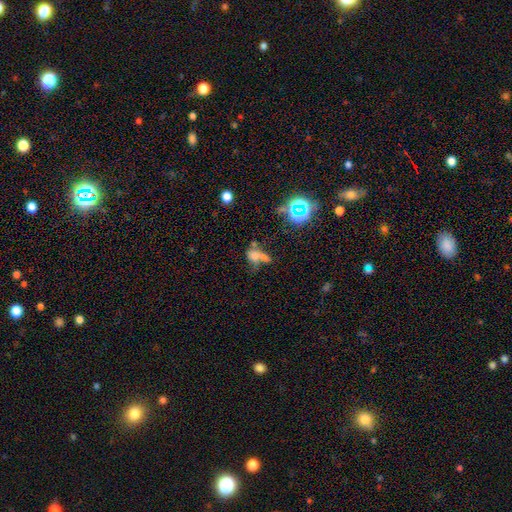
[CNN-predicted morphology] Smooth or featured: smooth — 52% (featured or disk — 24%)
How rounded: in between — 60% (round — 34%)
Merging: merger — 41% (none — 24%)